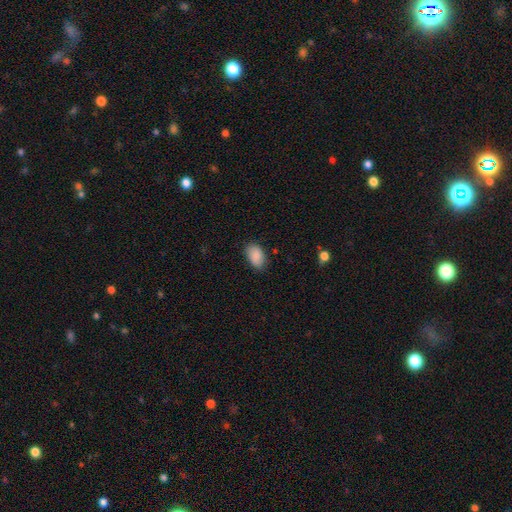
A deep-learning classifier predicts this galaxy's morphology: Overall: smooth (89%). How rounded: in between (90%). Merging: none (82%).